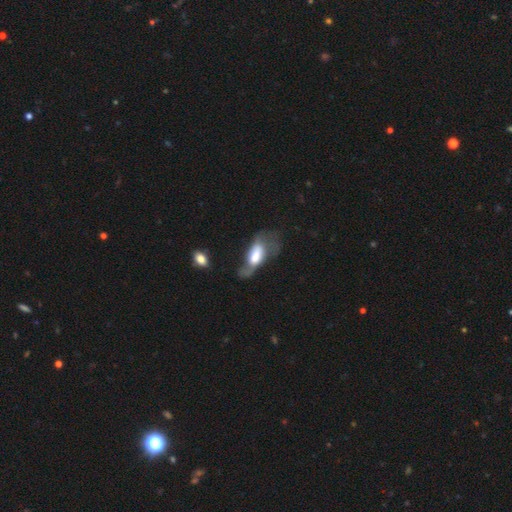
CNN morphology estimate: smooth-or-featured: smooth: 54% | featured or disk: 38% | star or artifact: 8%
  how-rounded: in between: 82% | cigar-shaped: 14% | round: 4%
  merging: major disturbance: 52% | minor disturbance: 22% | none: 20% | merger: 6%